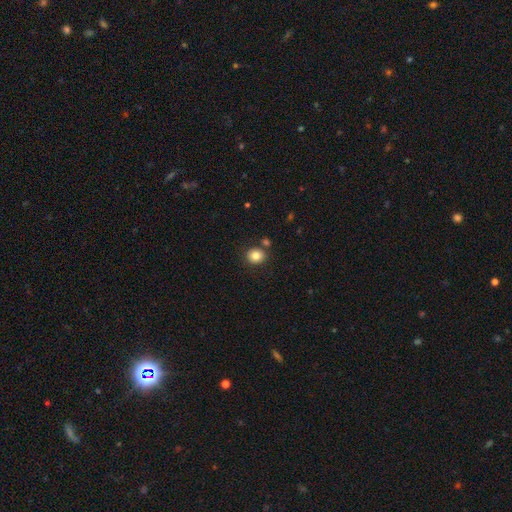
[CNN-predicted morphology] smooth-or-featured: smooth: 83% | star or artifact: 10% | featured or disk: 7%
  how-rounded: round: 73% | in between: 26% | cigar-shaped: 1%
  merging: none: 79% | minor disturbance: 9% | merger: 9% | major disturbance: 3%